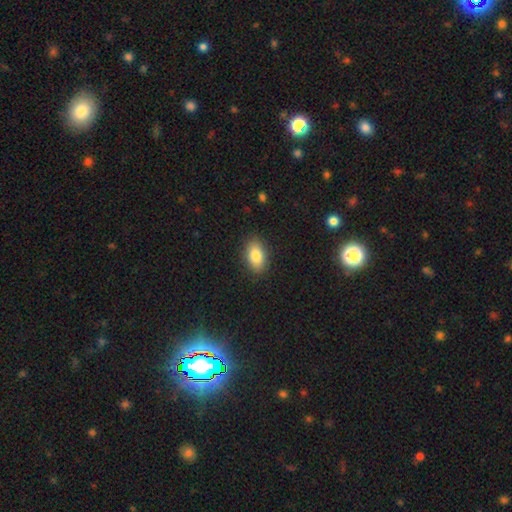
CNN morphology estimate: Smooth or featured: smooth — 84% (featured or disk — 9%)
How rounded: in between — 90% (round — 8%)
Merging: none — 88% (minor disturbance — 9%)